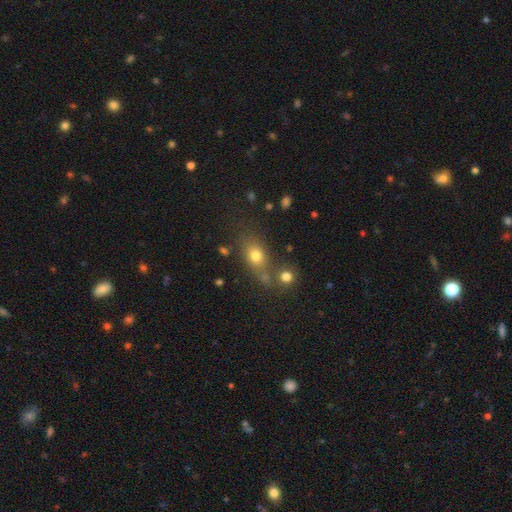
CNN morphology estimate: This appears to be a smooth galaxy with no disk features (72%) that is in between round and cigar-shaped (56%). Merging: none (55%).